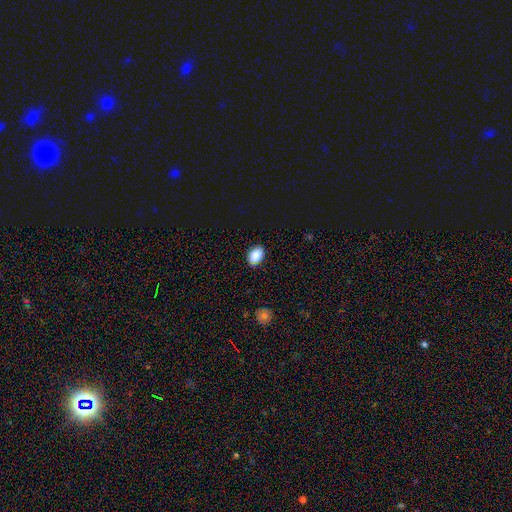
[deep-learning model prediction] Smooth or featured?
  - smooth: 88% *
  - star or artifact: 9%
  - featured or disk: 4%
How rounded?
  - in between: 82% *
  - round: 17%
  - cigar-shaped: 1%
Merging?
  - none: 86% *
  - minor disturbance: 11%
  - major disturbance: 2%
  - merger: 1%